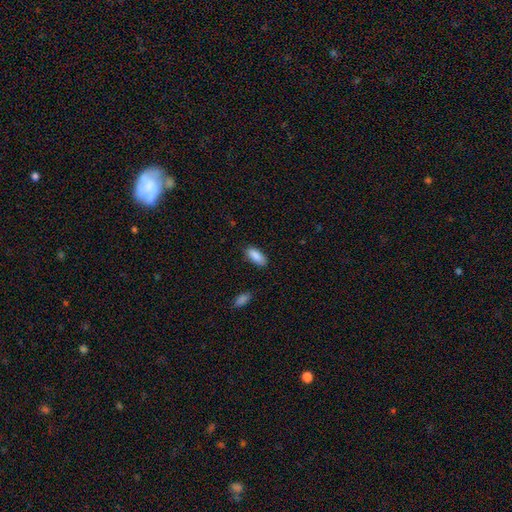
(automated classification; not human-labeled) Smooth or featured: smooth — 88% (star or artifact — 6%)
How rounded: in between — 83% (cigar-shaped — 16%)
Merging: none — 84% (minor disturbance — 12%)